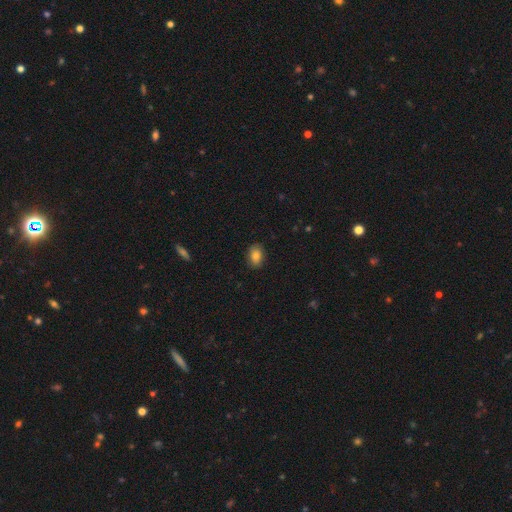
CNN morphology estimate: Overall: smooth (84%). How rounded: in between (80%). Merging: none (87%).